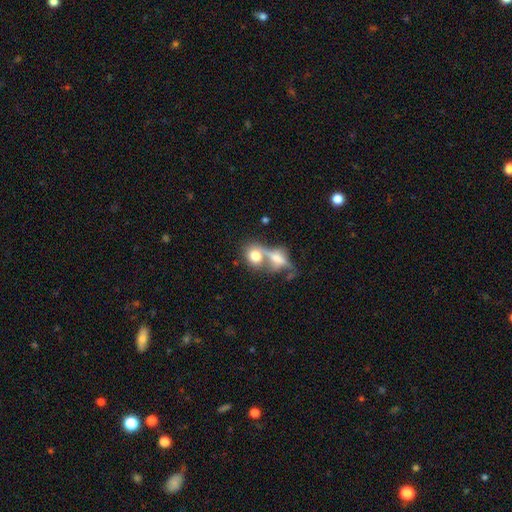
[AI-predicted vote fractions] A smooth galaxy with no disk features (71%) that is round (53%).

Vote fractions:
- Smooth or featured? smooth: 71% / featured or disk: 20% / star or artifact: 9%
- How rounded? round: 53% / in between: 44% / cigar-shaped: 3%
- Merging? merger: 58% / none: 26% / minor disturbance: 8% / major disturbance: 8%